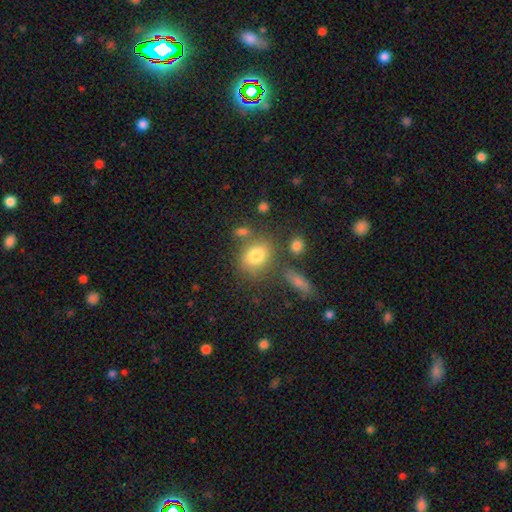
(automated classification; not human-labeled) smooth-or-featured: smooth: 78% | featured or disk: 11% | star or artifact: 11%
  how-rounded: in between: 52% | round: 46% | cigar-shaped: 2%
  merging: none: 66% | minor disturbance: 15% | merger: 13% | major disturbance: 6%